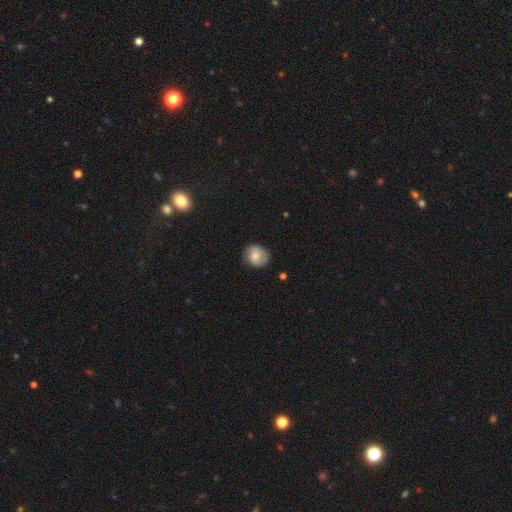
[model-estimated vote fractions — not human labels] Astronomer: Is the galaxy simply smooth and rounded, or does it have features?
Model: smooth — 63%.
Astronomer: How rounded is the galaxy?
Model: round — 72%.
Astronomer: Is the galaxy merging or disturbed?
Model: none — 75%.